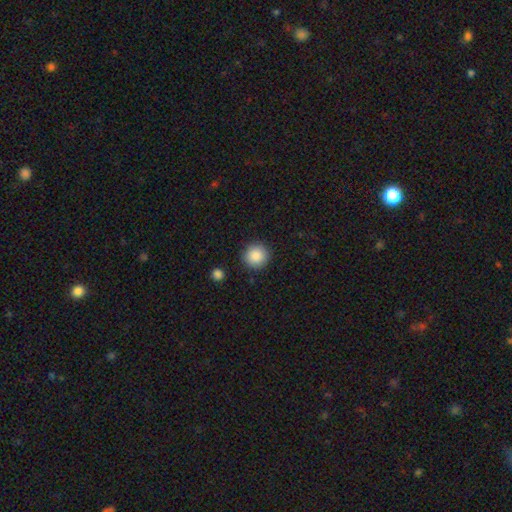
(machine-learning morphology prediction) smooth_or_featured: smooth (p=0.88) [alt: star or artifact p=0.08]
how_rounded: round (p=0.95) [alt: in between p=0.04]
merging: none (p=0.90) [alt: minor disturbance p=0.06]